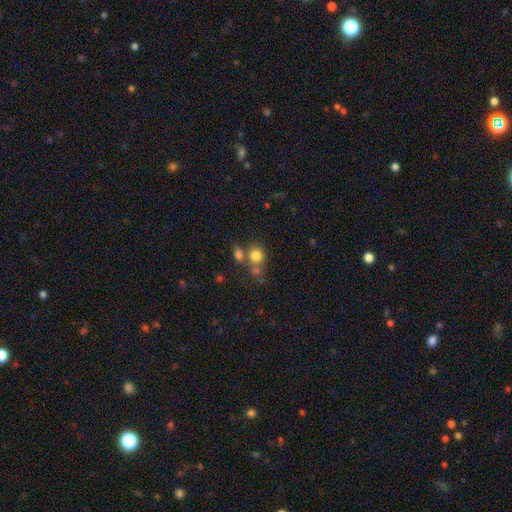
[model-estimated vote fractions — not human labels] smooth-or-featured: smooth: 78% | star or artifact: 13% | featured or disk: 9%
  how-rounded: round: 78% | in between: 21% | cigar-shaped: 1%
  merging: none: 50% | merger: 34% | minor disturbance: 10% | major disturbance: 6%